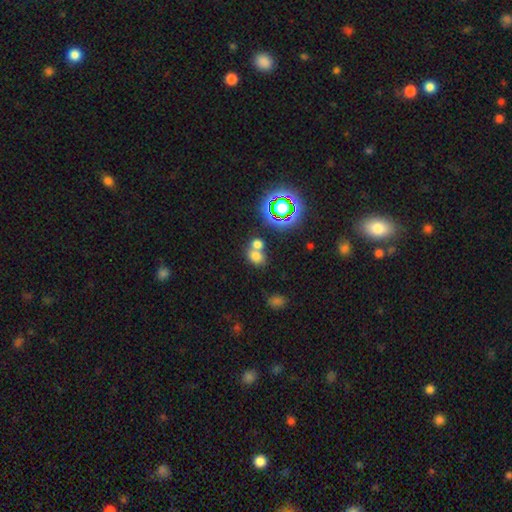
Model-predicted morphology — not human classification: The model was most divided on "how rounded": round: 51%, in between: 48%, cigar-shaped: 1%. Remaining: smooth or featured — smooth (68%); merging — merger (48%).